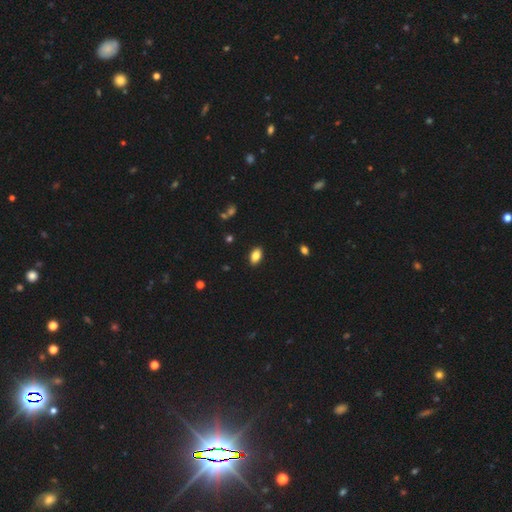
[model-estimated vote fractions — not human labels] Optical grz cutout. It shows a smooth galaxy with no disk features (84%) that is in between round and cigar-shaped (91%). Merging: none (89%).